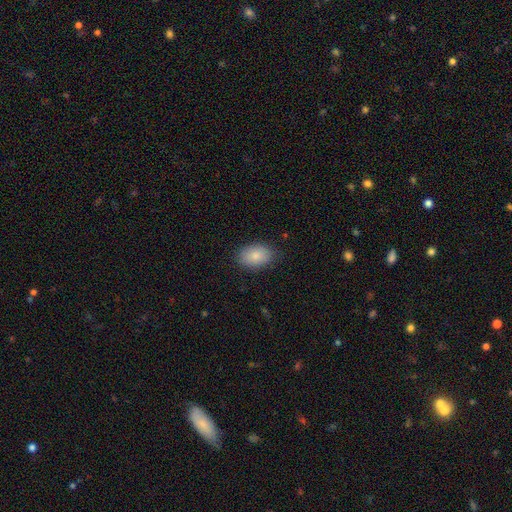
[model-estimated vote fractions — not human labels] smooth 84%, featured or disk 9%, star or artifact 7%. Down the decision tree: how rounded — in between (87%); merging — none (84%).